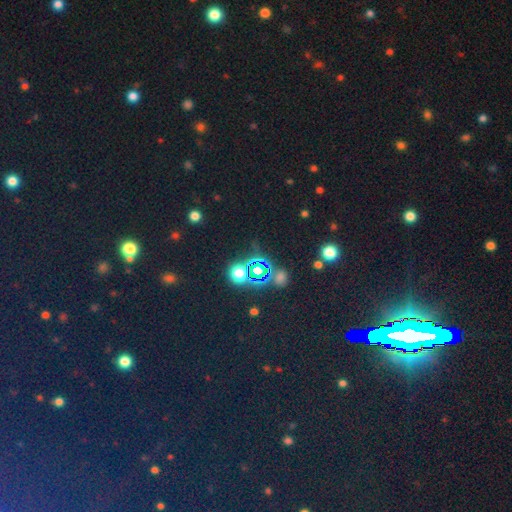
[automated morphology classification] This appears to be a star or artifact, not a galaxy (78%).